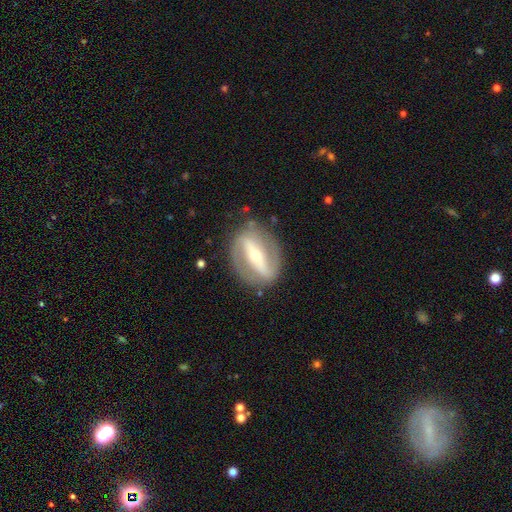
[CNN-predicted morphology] A featured or disk galaxy (83%) with a strong bar (75%), 2 (86%) medium (40%) spiral arms (71%) and a small central bulge (52%).

Vote fractions:
- Smooth or featured? featured or disk: 83% / smooth: 12% / star or artifact: 5%
- Edge-on disk? no: 89% / yes: 11%
- Bar? strong: 75% / weak: 15% / no: 10%
- Spiral arms? yes: 71% / no: 29%
- Spiral winding? medium: 40% / tight: 33% / loose: 27%
- Spiral arm count? 2: 86% / can't tell: 8% / 1: 3% / 3: 1% / 4: 1% / more than 4: 1%
- Bulge size? small: 52% / moderate: 44% / large: 2% / dominant: 1% / none: 1%
- Merging? none: 81% / minor disturbance: 12% / major disturbance: 5% / merger: 1%